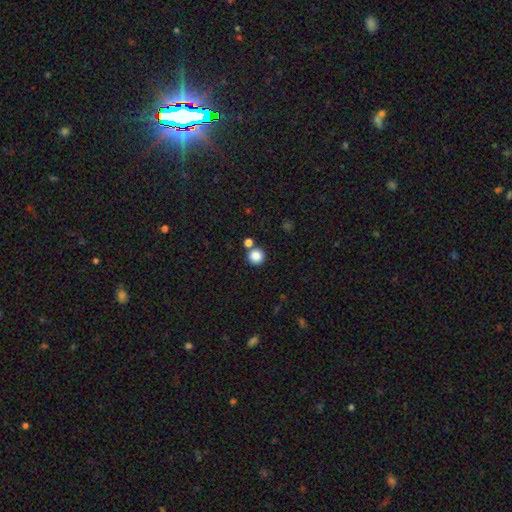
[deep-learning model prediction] Overall: smooth (86%). How rounded: round (94%). Merging: none (76%).